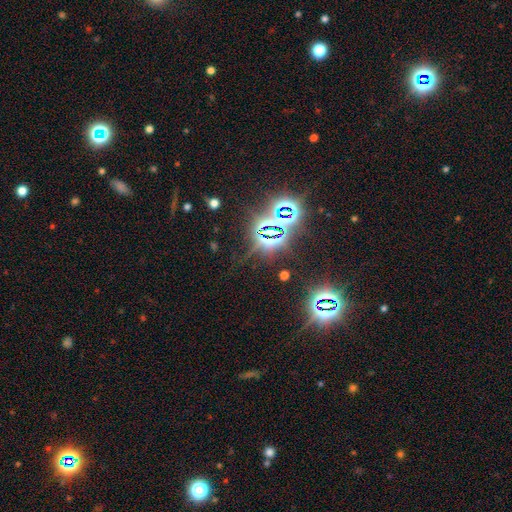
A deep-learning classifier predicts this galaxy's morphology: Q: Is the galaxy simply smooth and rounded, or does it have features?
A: star or artifact — 77%.